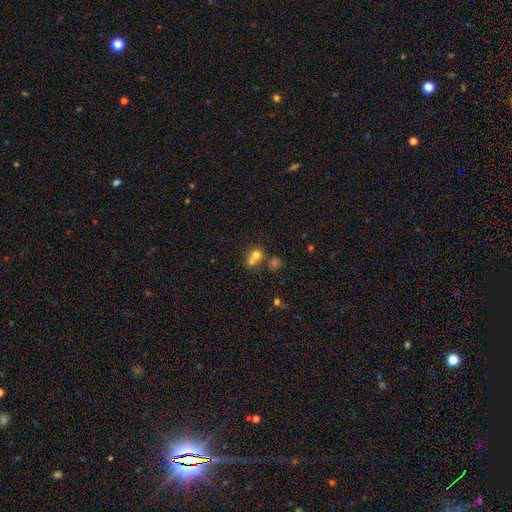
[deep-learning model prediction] A smooth galaxy with no disk features (69%) that is round (81%).

Vote fractions:
- Smooth or featured? smooth: 69% / star or artifact: 17% / featured or disk: 15%
- How rounded? round: 81% / in between: 18% / cigar-shaped: 1%
- Merging? merger: 54% / none: 37% / minor disturbance: 6% / major disturbance: 3%